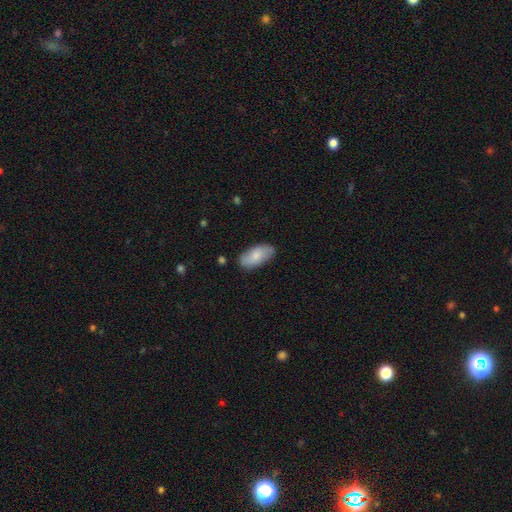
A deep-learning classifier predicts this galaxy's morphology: Smooth or featured? smooth (77%)
How rounded? in between (93%)
Merging? none (82%)